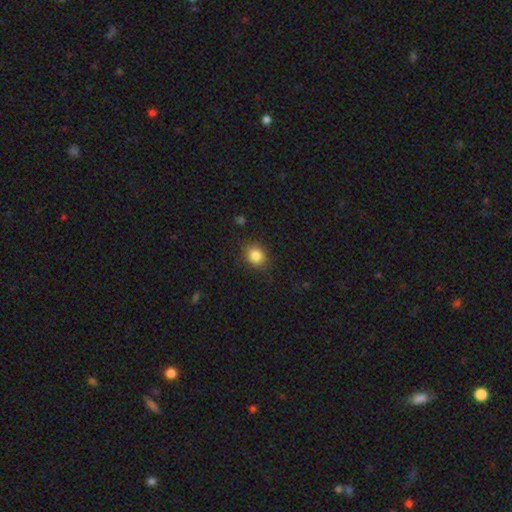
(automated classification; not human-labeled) smooth_or_featured: smooth (p=0.85) [alt: star or artifact p=0.10]
how_rounded: round (p=0.69) [alt: in between p=0.31]
merging: none (p=0.85) [alt: minor disturbance p=0.11]